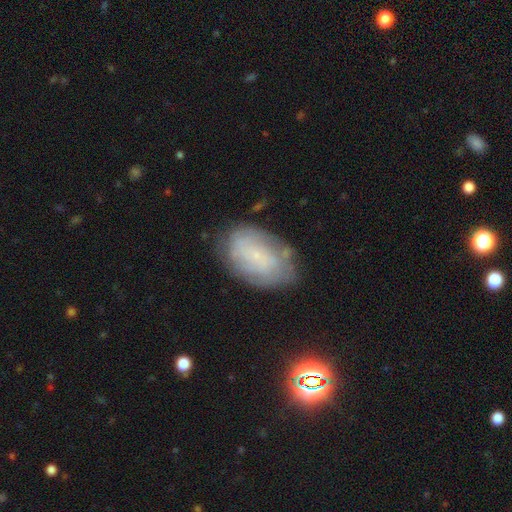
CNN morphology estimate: The model was most divided on "smooth or featured": featured or disk: 51%, smooth: 38%, star or artifact: 11%. More confident: edge-on disk — no (95%); merging — none (68%).